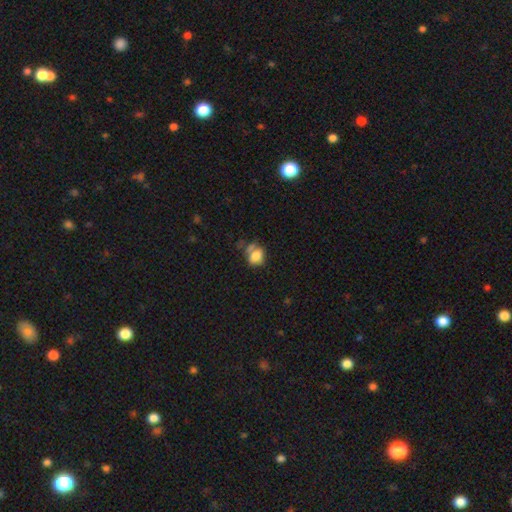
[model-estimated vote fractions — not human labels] Overall: smooth (74%). How rounded: in between (57%; round 41%). Merging: none (42%; minor disturbance 24%).